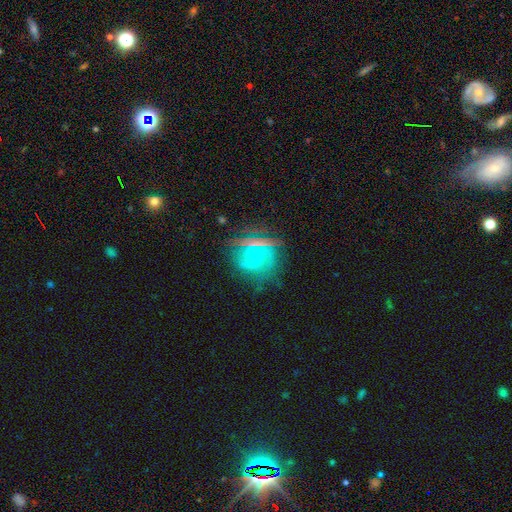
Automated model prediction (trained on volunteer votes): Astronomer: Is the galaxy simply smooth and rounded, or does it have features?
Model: featured or disk — 42% (runner-up: smooth, 38%).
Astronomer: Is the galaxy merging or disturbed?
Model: none — 67%.